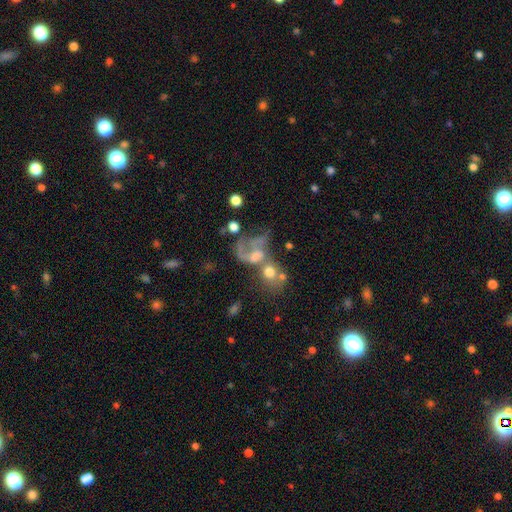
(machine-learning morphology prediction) A featured or disk galaxy (51%). Merging: merger (50%).